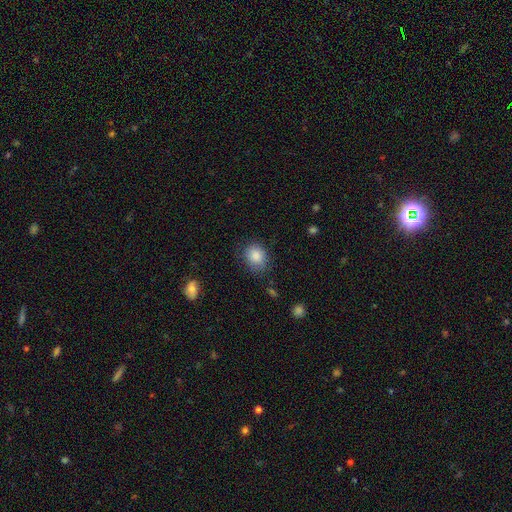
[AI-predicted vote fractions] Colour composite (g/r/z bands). It shows a smooth galaxy with no disk features (85%) that is round (55%). Merging: none (75%).